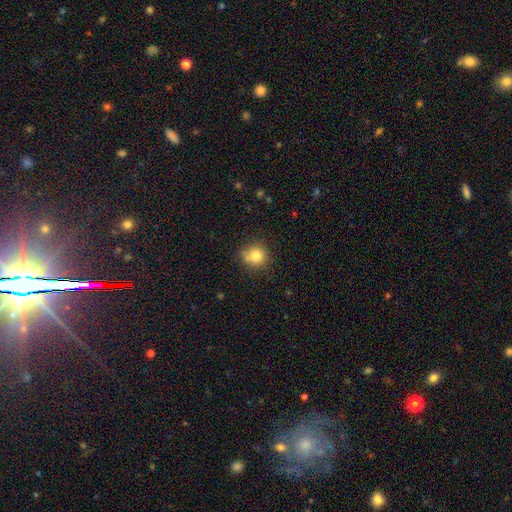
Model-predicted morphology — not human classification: type=smooth (79%); roundness=round (88%); merging=none (67%).